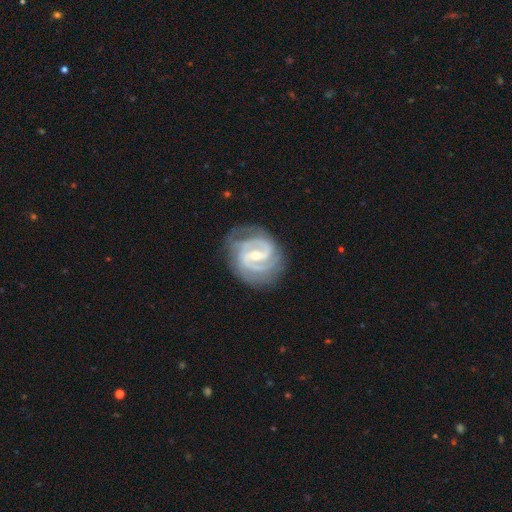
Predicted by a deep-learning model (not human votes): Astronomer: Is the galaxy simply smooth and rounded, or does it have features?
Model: featured or disk — 91%.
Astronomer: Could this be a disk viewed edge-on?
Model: no — 98%.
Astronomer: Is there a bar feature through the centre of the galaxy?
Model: weak — 48% (runner-up: strong, 35%).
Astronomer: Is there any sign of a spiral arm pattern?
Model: yes — 98%.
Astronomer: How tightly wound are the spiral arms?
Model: tight — 56% (runner-up: medium, 38%).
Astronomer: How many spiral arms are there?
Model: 2 — 54%.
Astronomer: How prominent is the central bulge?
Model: small — 53% (runner-up: moderate, 44%).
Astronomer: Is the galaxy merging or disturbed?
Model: none — 74%.